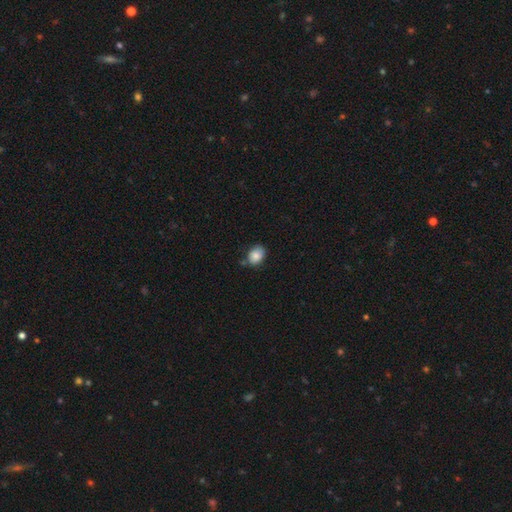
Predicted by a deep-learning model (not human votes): Overall: smooth (85%). How rounded: in between (68%; round 31%). Merging: none (71%).